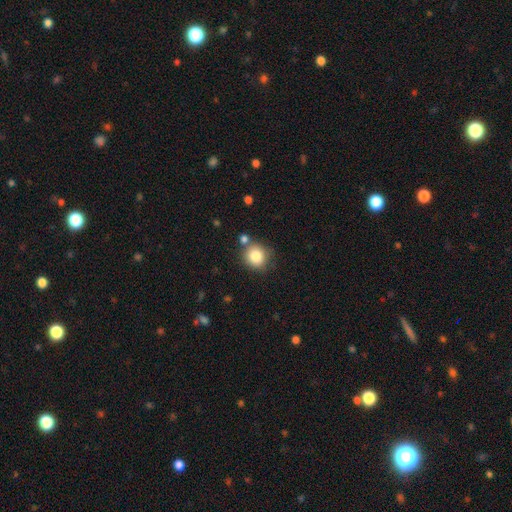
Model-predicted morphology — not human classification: The model was most divided on "merging": none: 73%, merger: 12%, minor disturbance: 11%, major disturbance: 3%. More confident: how rounded — round (88%); smooth or featured — smooth (82%).